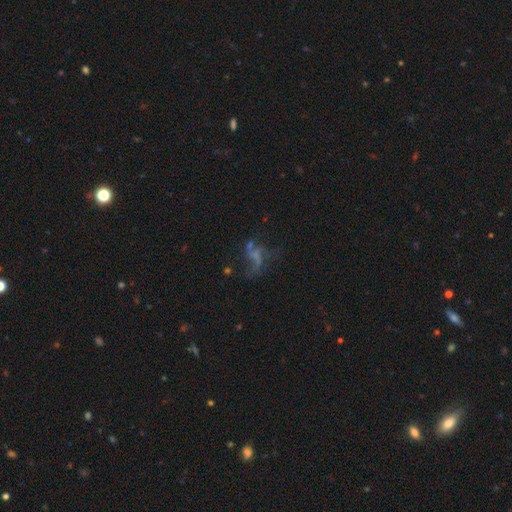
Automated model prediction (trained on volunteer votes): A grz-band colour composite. It shows a featured or disk galaxy (52%). Merging: none (42%).